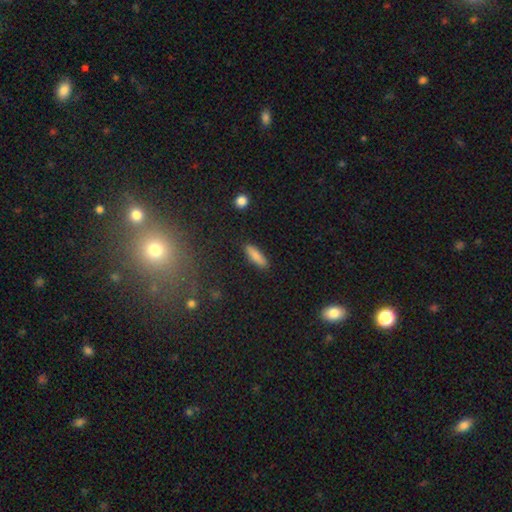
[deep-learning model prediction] Overall: smooth (84%). How rounded: cigar-shaped (57%; in between 41%). Merging: none (89%).